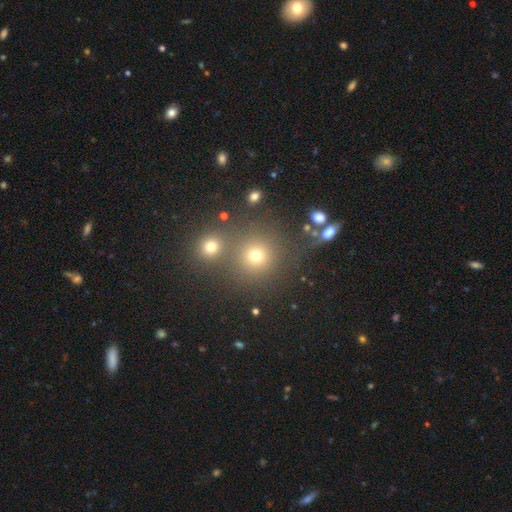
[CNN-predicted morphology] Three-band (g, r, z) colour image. It shows a smooth galaxy with no disk features (65%) that is round (92%). Merging: none (73%).